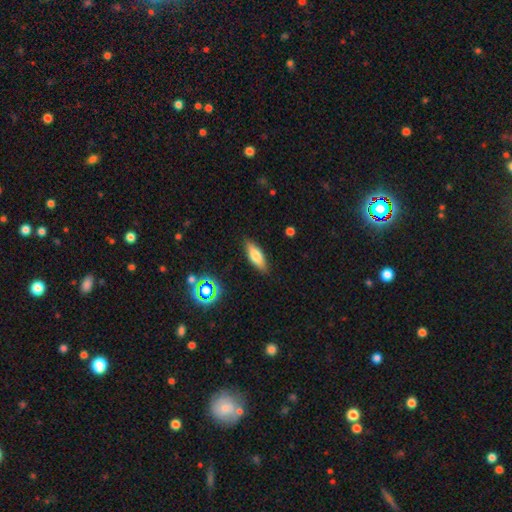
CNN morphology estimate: Smooth or featured?
  - smooth: 65% *
  - featured or disk: 26%
  - star or artifact: 9%
How rounded?
  - in between: 58% *
  - cigar-shaped: 39%
  - round: 3%
Merging?
  - none: 86% *
  - minor disturbance: 11%
  - major disturbance: 2%
  - merger: 1%